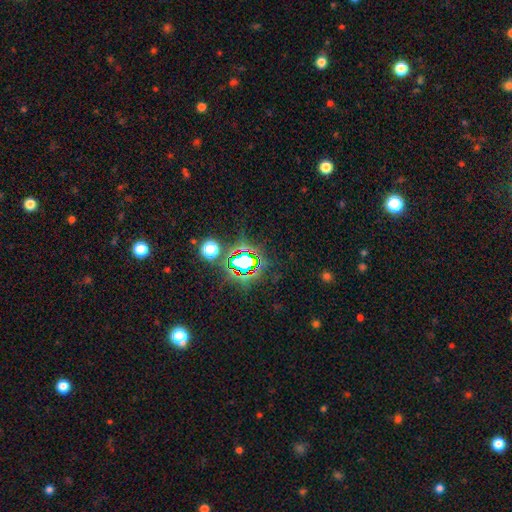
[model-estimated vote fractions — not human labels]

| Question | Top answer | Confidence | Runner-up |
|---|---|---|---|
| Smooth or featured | star or artifact | 80% | smooth (12%) |